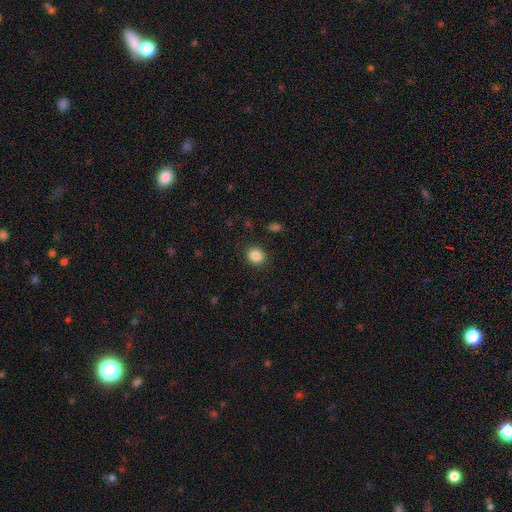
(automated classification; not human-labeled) This appears to be a smooth galaxy with no disk features (86%) that is round (67%). Merging: none (88%).